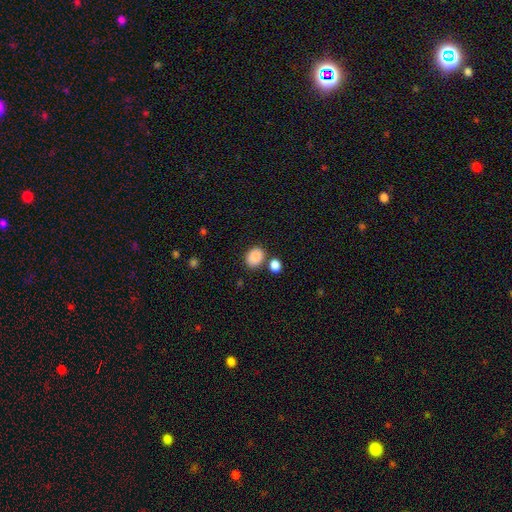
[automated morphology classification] Q: Smooth or featured?
A: smooth (87%); runner-up: star or artifact (9%)
Q: How rounded?
A: in between (55%); runner-up: round (44%)
Q: Merging?
A: none (70%); runner-up: merger (14%)